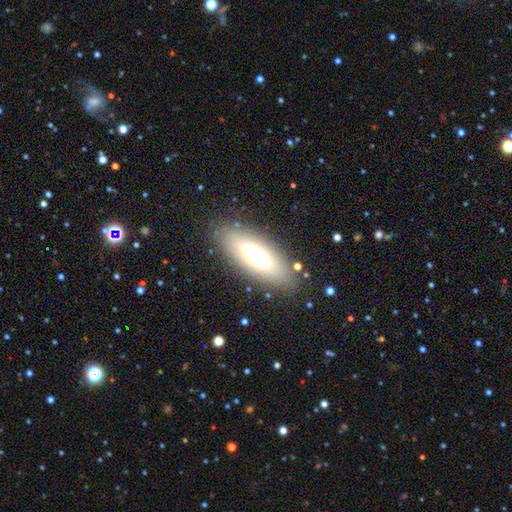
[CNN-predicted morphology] Overall: smooth (67%). How rounded: in between (67%; cigar-shaped 31%). Merging: none (83%).